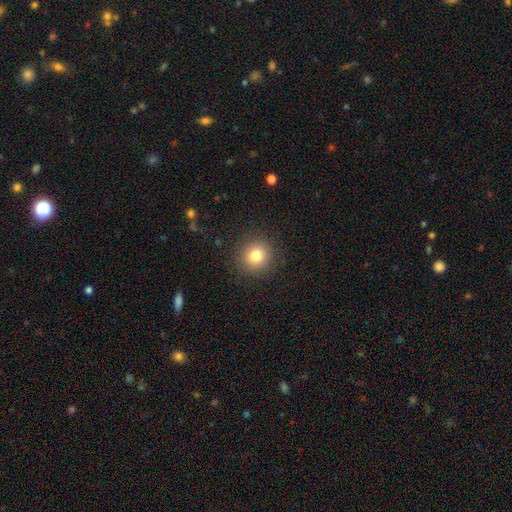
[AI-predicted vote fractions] The model was most divided on "smooth or featured": smooth: 80%, star or artifact: 12%, featured or disk: 8%. More confident: how rounded — round (92%); merging — none (90%).